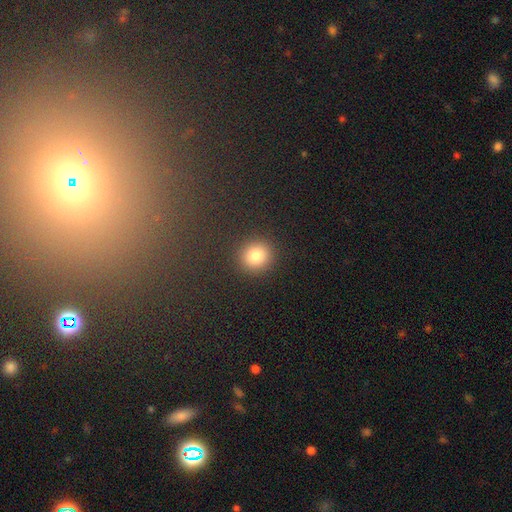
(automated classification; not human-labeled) smooth_or_featured: smooth (p=0.82) [alt: star or artifact p=0.12]
how_rounded: round (p=0.90) [alt: in between p=0.09]
merging: none (p=0.91) [alt: minor disturbance p=0.05]